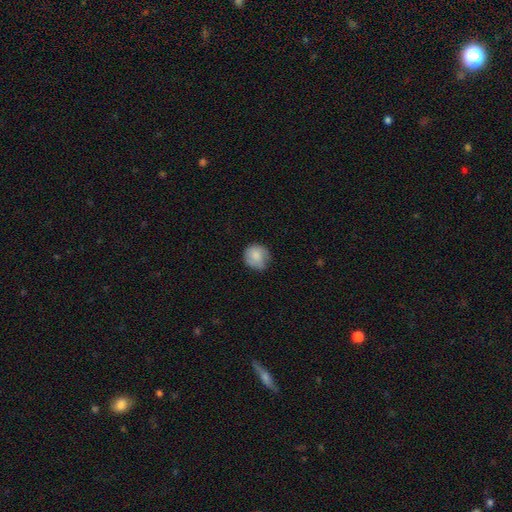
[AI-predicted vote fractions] Smooth or featured: smooth — 80% (featured or disk — 13%)
How rounded: round — 87% (in between — 12%)
Merging: none — 68% (minor disturbance — 25%)